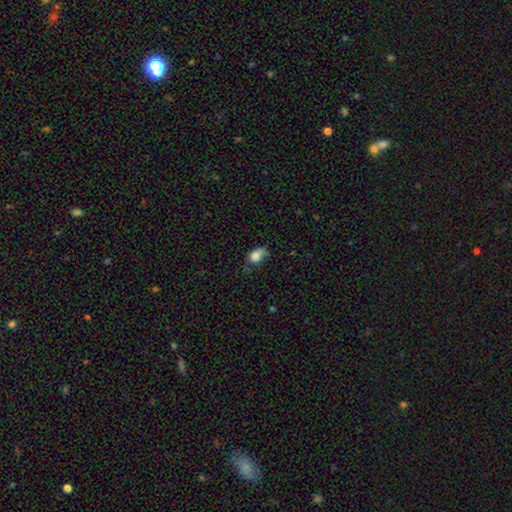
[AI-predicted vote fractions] Smooth or featured: smooth — 80% (featured or disk — 10%)
How rounded: in between — 79% (round — 19%)
Merging: minor disturbance — 39% (none — 38%)